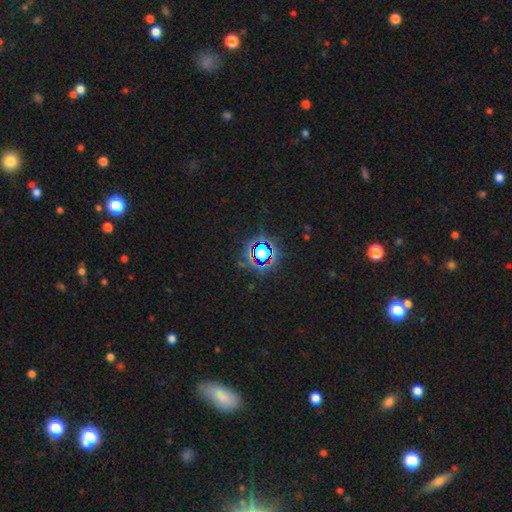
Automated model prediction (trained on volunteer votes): smooth-or-featured: star or artifact: 68% | smooth: 21% | featured or disk: 10%